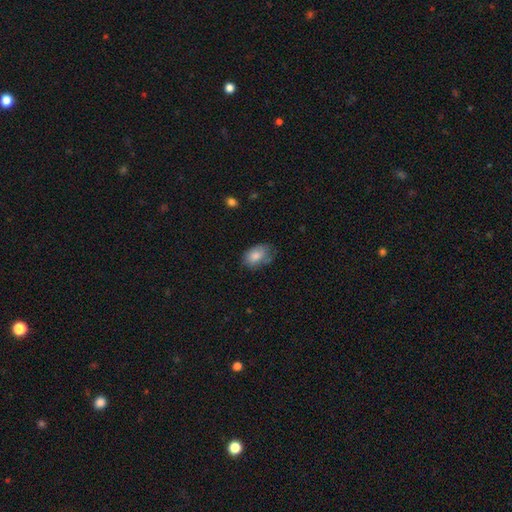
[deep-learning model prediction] A smooth galaxy with no disk features (77%) that is in between round and cigar-shaped (84%). Merging: none (57%).